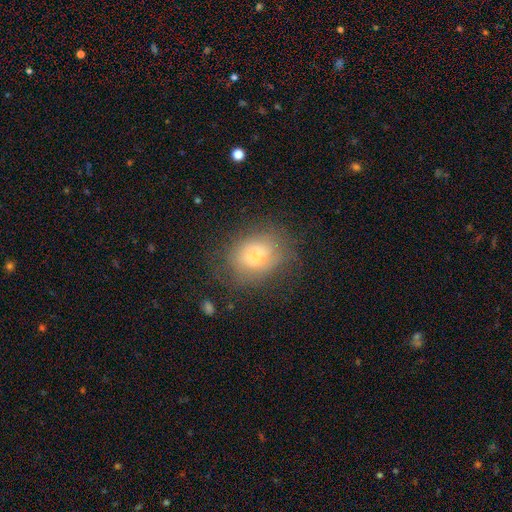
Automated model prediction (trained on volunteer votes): smooth-or-featured: smooth: 61% | featured or disk: 28% | star or artifact: 11%
  how-rounded: in between: 57% | round: 41% | cigar-shaped: 1%
  merging: none: 61% | minor disturbance: 23% | major disturbance: 13% | merger: 2%